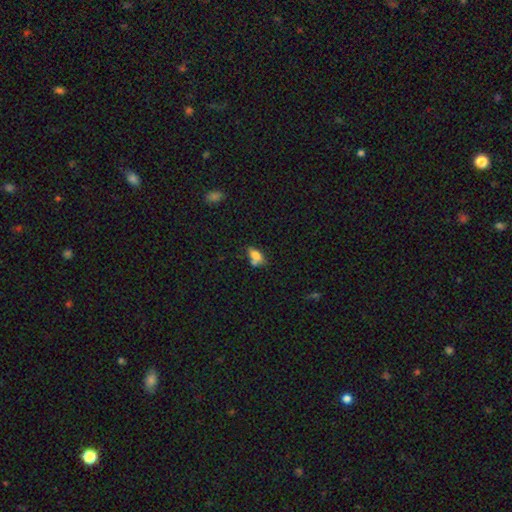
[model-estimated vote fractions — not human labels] Q: Smooth or featured?
A: smooth (72%); runner-up: featured or disk (17%)
Q: How rounded?
A: in between (84%); runner-up: cigar-shaped (10%)
Q: Merging?
A: none (46%); runner-up: merger (29%)